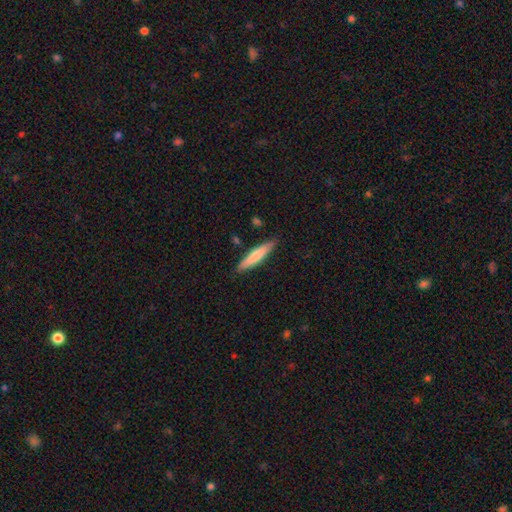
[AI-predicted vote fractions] Smooth or featured?
  - smooth: 70% *
  - featured or disk: 25%
  - star or artifact: 5%
How rounded?
  - cigar-shaped: 89% *
  - in between: 10%
  - round: 1%
Merging?
  - none: 87% *
  - minor disturbance: 10%
  - merger: 2%
  - major disturbance: 2%